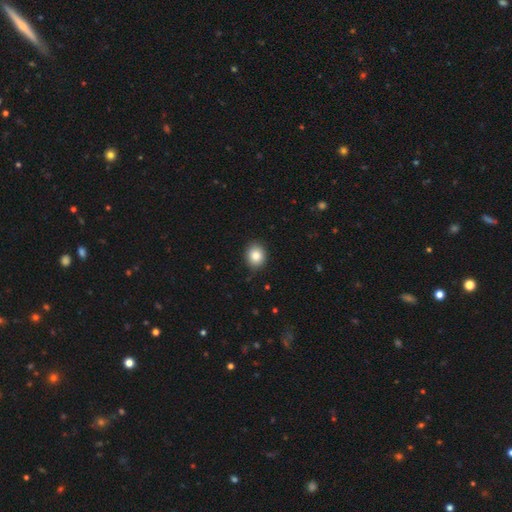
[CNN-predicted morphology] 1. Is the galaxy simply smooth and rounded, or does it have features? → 84% smooth, 9% star or artifact, 7% featured or disk.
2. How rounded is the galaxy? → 67% round, 32% in between, 1% cigar-shaped.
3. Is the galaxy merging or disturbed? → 89% none, 8% minor disturbance, 2% major disturbance, 1% merger.